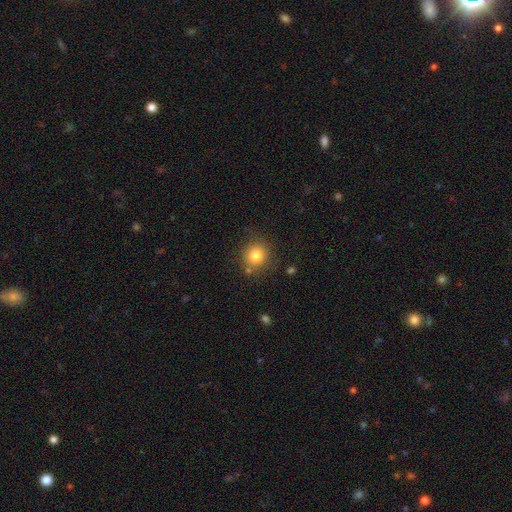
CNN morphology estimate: Smooth or featured? smooth (80%)
How rounded? round (88%)
Merging? none (80%)